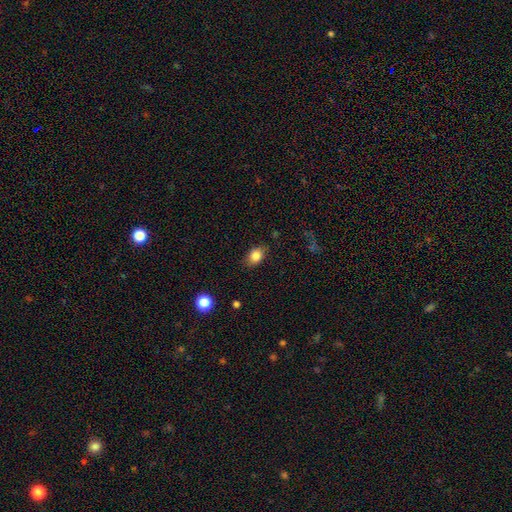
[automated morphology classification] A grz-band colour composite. It shows a smooth galaxy with no disk features (84%) that is in between round and cigar-shaped (74%). Merging: none (80%).